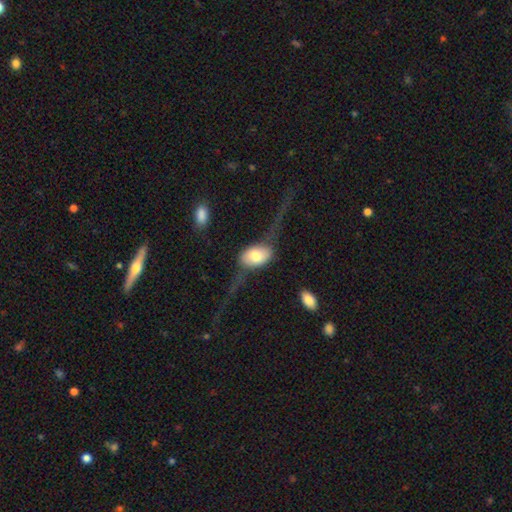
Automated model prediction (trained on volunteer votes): smooth-or-featured: smooth: 52% | featured or disk: 42% | star or artifact: 6%
  how-rounded: in between: 87% | round: 10% | cigar-shaped: 3%
  merging: major disturbance: 39% | none: 38% | minor disturbance: 16% | merger: 6%